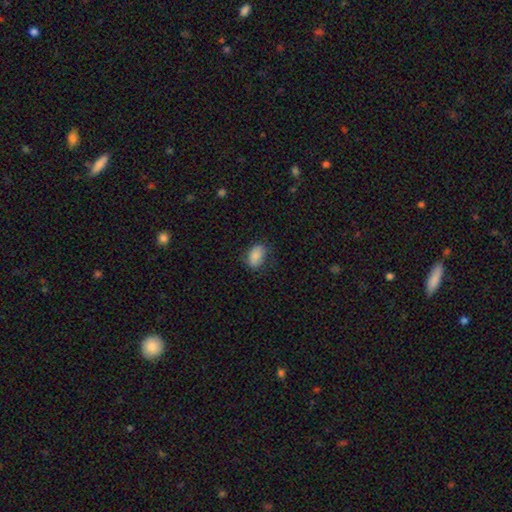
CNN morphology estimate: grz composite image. It shows a smooth galaxy with no disk features (86%) that is in between round and cigar-shaped (89%). Merging: none (72%).